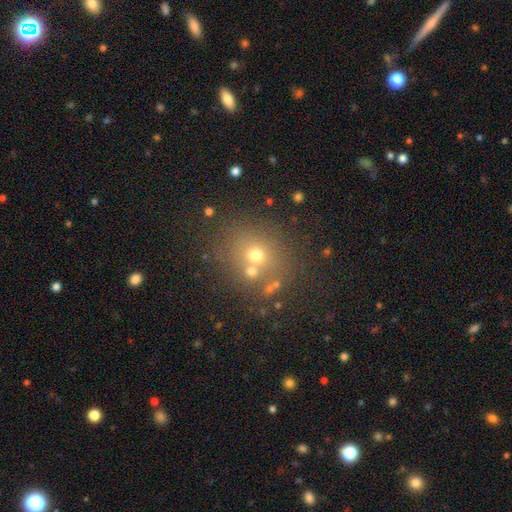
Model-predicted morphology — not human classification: Overall: smooth (61%; star or artifact 23%). How rounded: round (80%). Merging: none (67%).